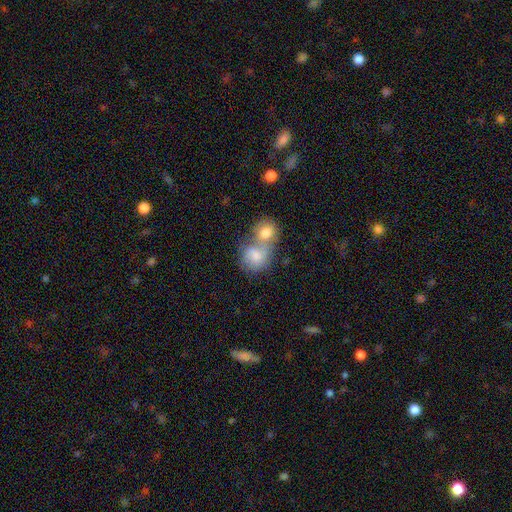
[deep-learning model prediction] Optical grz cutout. It shows a smooth galaxy with no disk features (70%) that is round (65%). Merging: merger (73%).